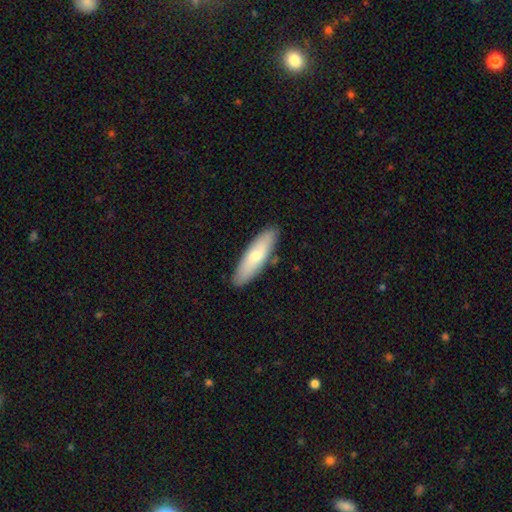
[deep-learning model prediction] The model was most divided on "how rounded": cigar-shaped: 55%, in between: 43%, round: 2%. More confident: merging — none (87%); smooth or featured — smooth (67%).